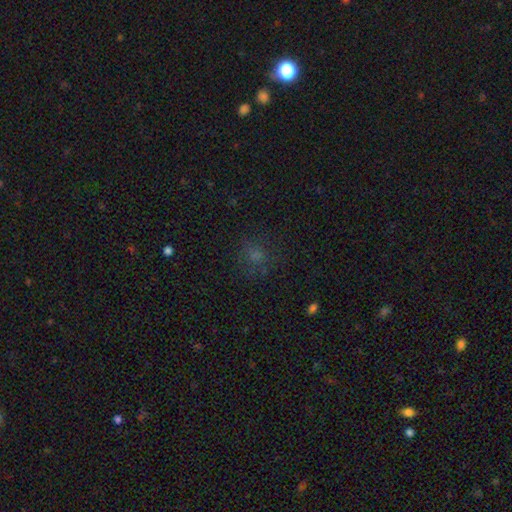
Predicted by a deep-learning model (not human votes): This appears to be a smooth galaxy with no disk features (62%) that is round (80%). Merging: none (72%).